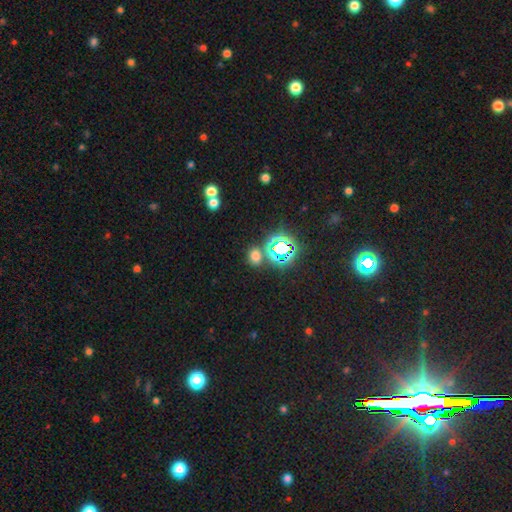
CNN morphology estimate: Smooth or featured? smooth (59%)
How rounded? in between (56%)
Merging? none (76%)